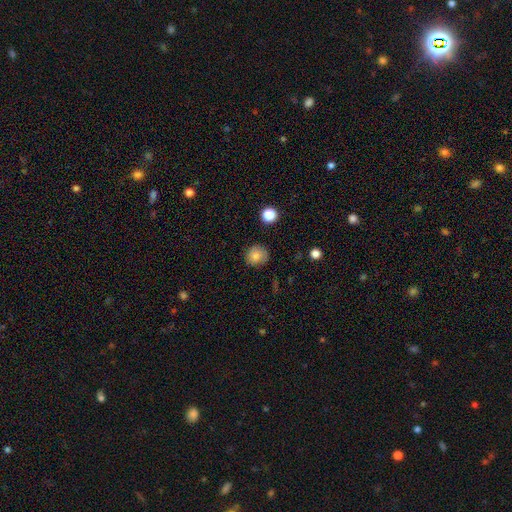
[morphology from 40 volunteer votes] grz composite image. It shows a smooth galaxy with no disk features (85%) that is round (79%). Merging: none (91%).